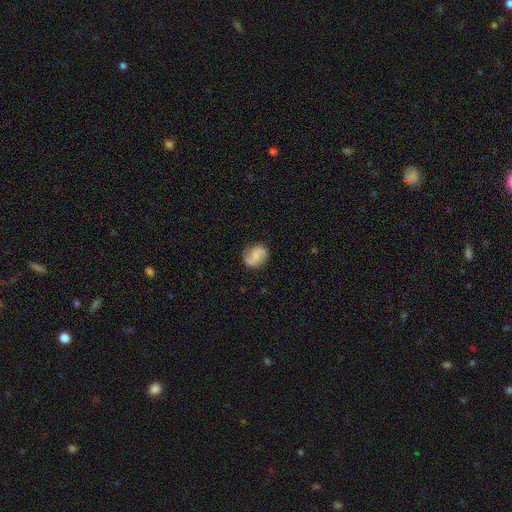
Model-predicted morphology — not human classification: smooth_or_featured: featured or disk (p=0.56) [alt: smooth p=0.36]
disk_edge_on: no (p=0.98) [alt: yes p=0.02]
bar: no (p=0.54) [alt: weak p=0.38]
has_spiral_arms: yes (p=0.92) [alt: no p=0.08]
spiral_winding: loose (p=0.45) [alt: medium p=0.39]
spiral_arm_count: 2 (p=0.88) [alt: can't tell p=0.05]
bulge_size: small (p=0.41) [alt: none p=0.32]
merging: none (p=0.78) [alt: minor disturbance p=0.16]